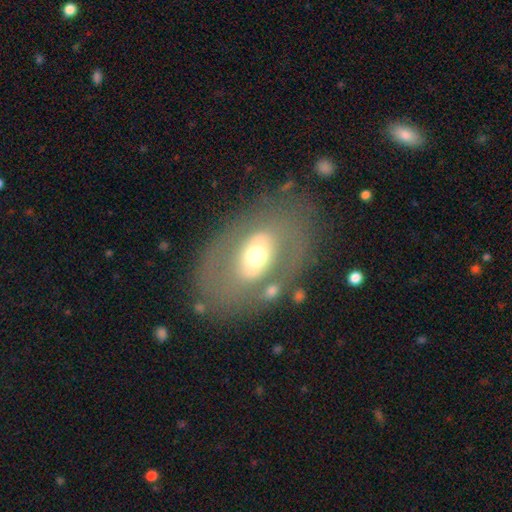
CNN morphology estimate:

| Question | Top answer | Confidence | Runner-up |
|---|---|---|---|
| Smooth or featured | featured or disk | 54% | smooth (38%) |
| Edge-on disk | no | 90% | yes (10%) |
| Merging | none | 74% | minor disturbance (13%) |